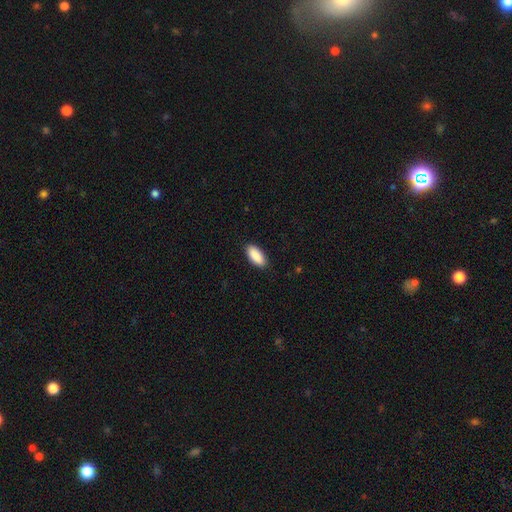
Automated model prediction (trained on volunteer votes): Smooth or featured?
  - smooth: 91% *
  - star or artifact: 6%
  - featured or disk: 3%
How rounded?
  - in between: 87% *
  - cigar-shaped: 11%
  - round: 2%
Merging?
  - none: 89% *
  - minor disturbance: 8%
  - major disturbance: 2%
  - merger: 1%